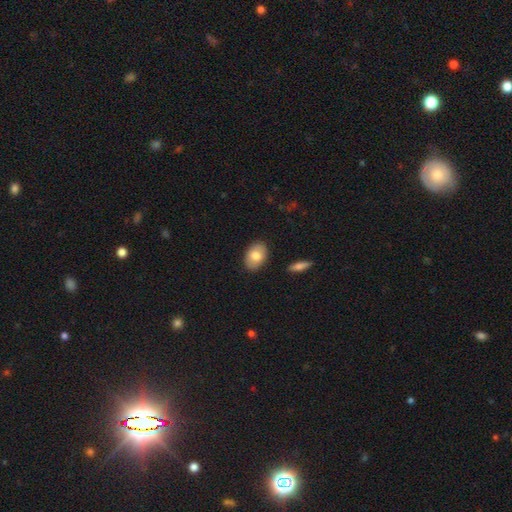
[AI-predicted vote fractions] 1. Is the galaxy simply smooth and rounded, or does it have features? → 77% smooth, 16% featured or disk, 6% star or artifact.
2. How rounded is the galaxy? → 86% in between, 13% round, 1% cigar-shaped.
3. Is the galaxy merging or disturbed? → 87% none, 10% minor disturbance, 2% major disturbance, 2% merger.